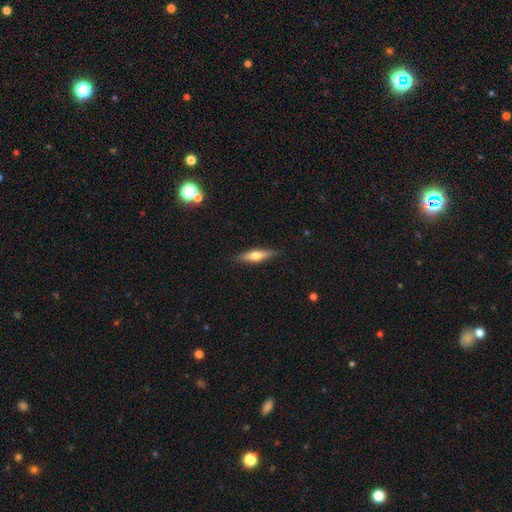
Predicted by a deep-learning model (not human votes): Smooth or featured? smooth (48%)
Merging? none (87%)